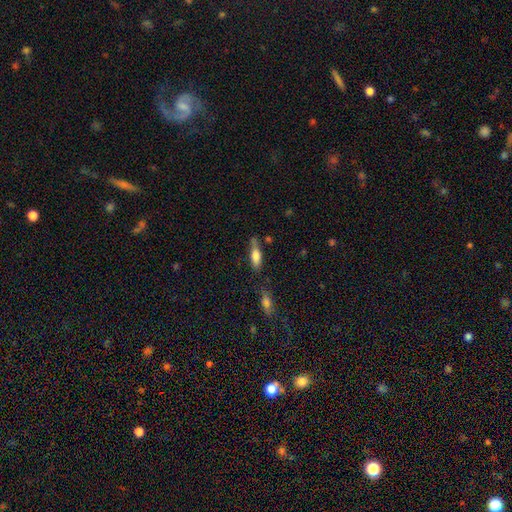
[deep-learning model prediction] The model was most divided on "how rounded": in between: 49%, cigar-shaped: 48%, round: 2%. More confident: smooth or featured — smooth (68%); merging — none (61%).